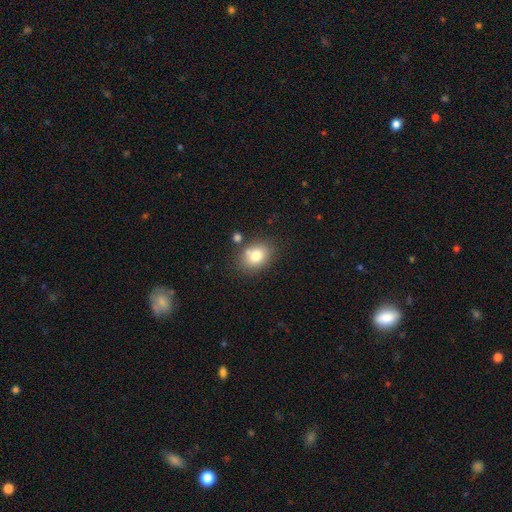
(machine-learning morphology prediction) A smooth galaxy with no disk features (78%) that is in between round and cigar-shaped (57%). Merging: none (72%).